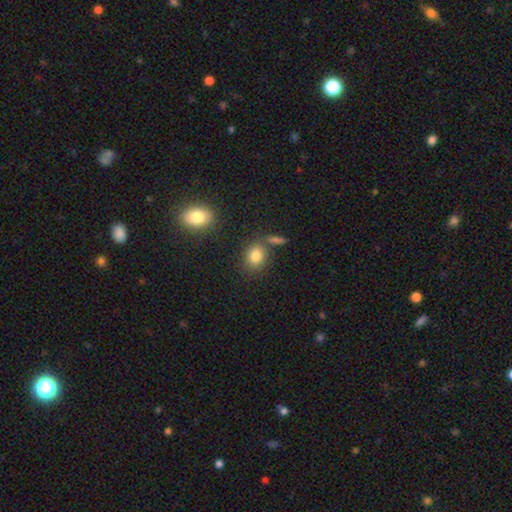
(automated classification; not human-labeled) The model was most divided on "how rounded": round: 58%, in between: 41%, cigar-shaped: 2%. More confident: smooth or featured — smooth (81%); merging — none (73%).